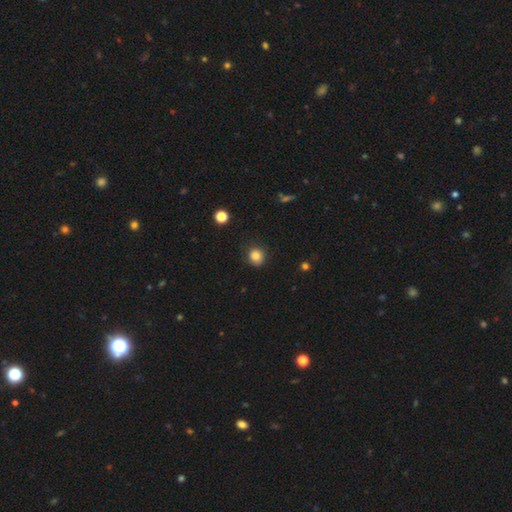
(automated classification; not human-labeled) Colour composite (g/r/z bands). It shows a smooth galaxy with no disk features (83%) that is round (81%). Merging: none (84%).